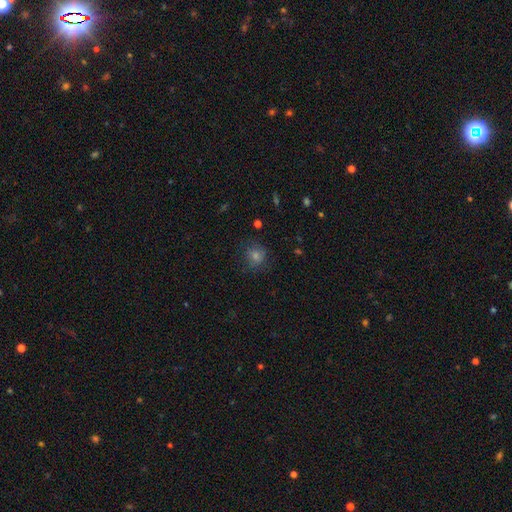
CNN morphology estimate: A smooth galaxy with no disk features (58%) that is round (83%). Merging: none (78%).